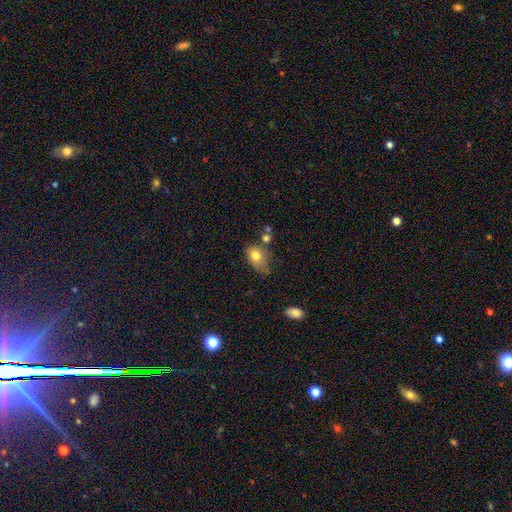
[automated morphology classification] Q: Smooth or featured?
A: smooth (77%); runner-up: featured or disk (14%)
Q: How rounded?
A: in between (77%); runner-up: round (21%)
Q: Merging?
A: none (39%); runner-up: minor disturbance (34%)